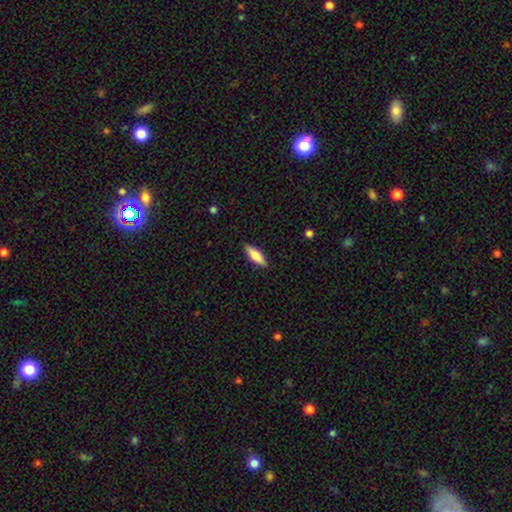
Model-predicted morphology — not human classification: smooth-or-featured: smooth: 74% | featured or disk: 20% | star or artifact: 6%
  how-rounded: in between: 52% | cigar-shaped: 46% | round: 2%
  merging: none: 87% | minor disturbance: 10% | major disturbance: 2% | merger: 1%